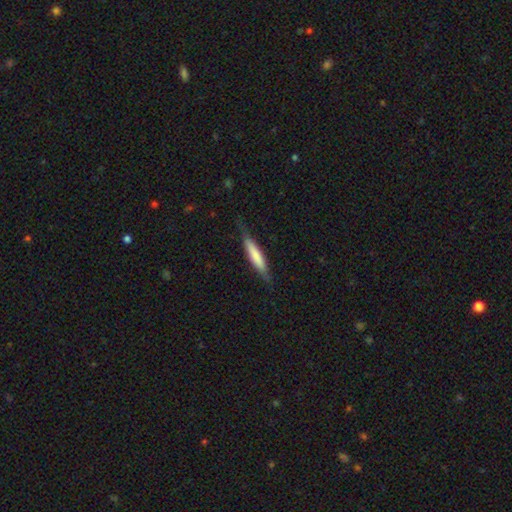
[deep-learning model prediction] This is likely a smooth galaxy (66%). How rounded: clearly cigar-shaped (86%). Merging: likely none (74%).